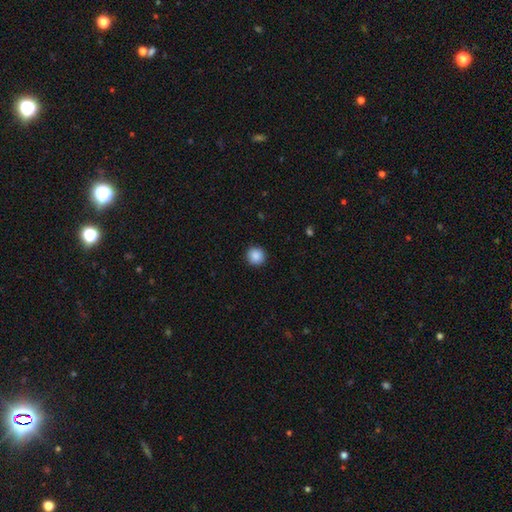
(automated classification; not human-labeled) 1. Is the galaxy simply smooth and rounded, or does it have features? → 89% smooth, 8% star or artifact, 3% featured or disk.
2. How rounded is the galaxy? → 95% round, 4% in between, 1% cigar-shaped.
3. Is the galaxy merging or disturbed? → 93% none, 5% minor disturbance, 2% major disturbance, 1% merger.